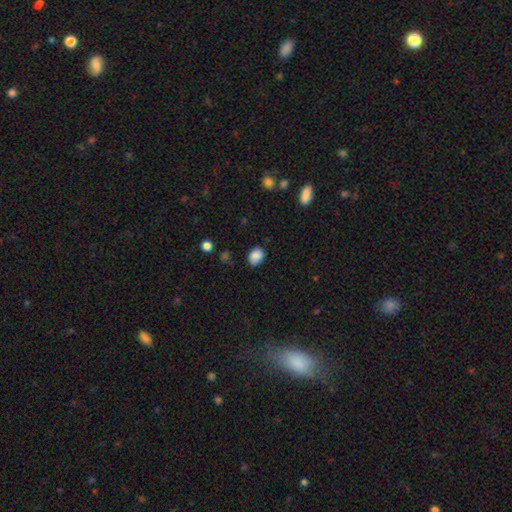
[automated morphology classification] This is clearly a smooth galaxy (87%). How rounded: likely in between (67%). Merging: clearly none (81%).